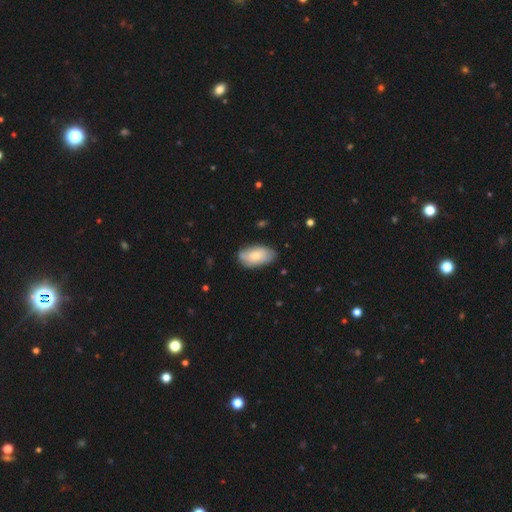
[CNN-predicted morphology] Smooth or featured?
  - smooth: 65% *
  - featured or disk: 29%
  - star or artifact: 6%
How rounded?
  - in between: 94% *
  - round: 4%
  - cigar-shaped: 3%
Merging?
  - none: 73% *
  - minor disturbance: 22%
  - major disturbance: 4%
  - merger: 1%